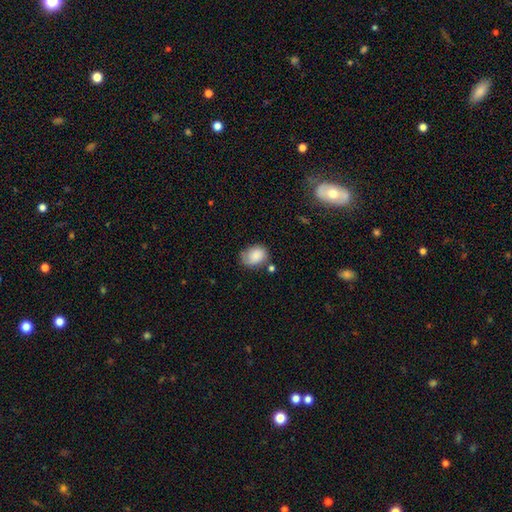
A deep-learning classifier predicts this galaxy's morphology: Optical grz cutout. It shows a smooth galaxy with no disk features (81%) that is in between round and cigar-shaped (68%). Merging: none (57%).